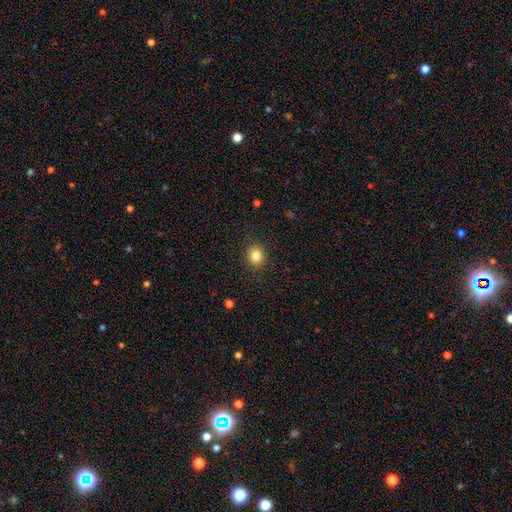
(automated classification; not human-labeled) smooth 84%, star or artifact 10%, featured or disk 6%. Down the decision tree: how rounded — round (74%); merging — none (89%).